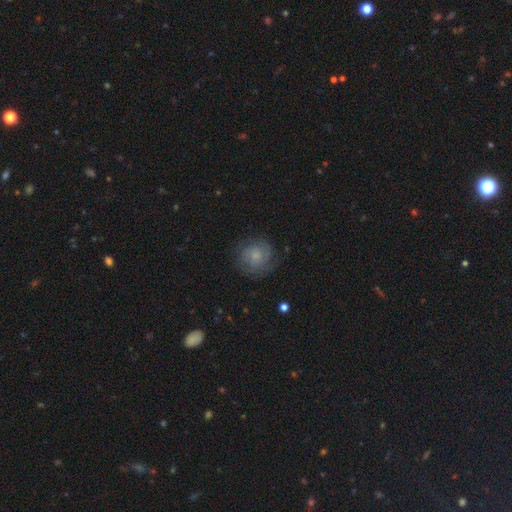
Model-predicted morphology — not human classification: smooth_or_featured: smooth (p=0.54) [alt: featured or disk p=0.37]
how_rounded: round (p=0.87) [alt: in between p=0.12]
merging: none (p=0.73) [alt: minor disturbance p=0.17]